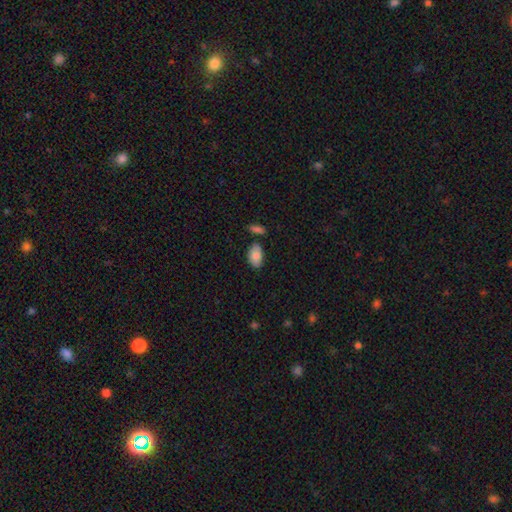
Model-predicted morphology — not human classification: Smooth or featured? Predicted: smooth (p=0.82). How rounded? Predicted: in between (p=0.93). Merging? Predicted: none (p=0.71).